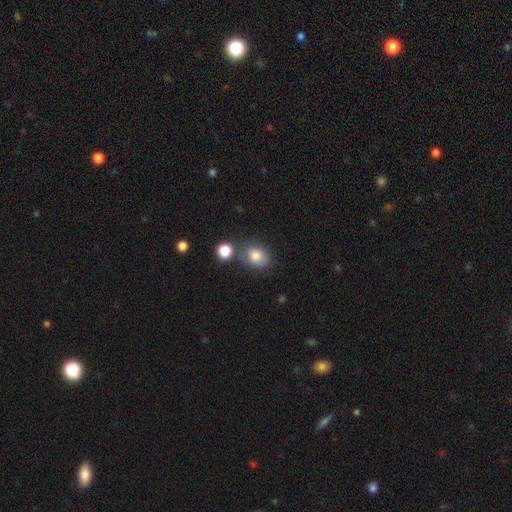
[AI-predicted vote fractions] Overall: smooth (82%). How rounded: in between (55%; round 44%). Merging: none (66%).